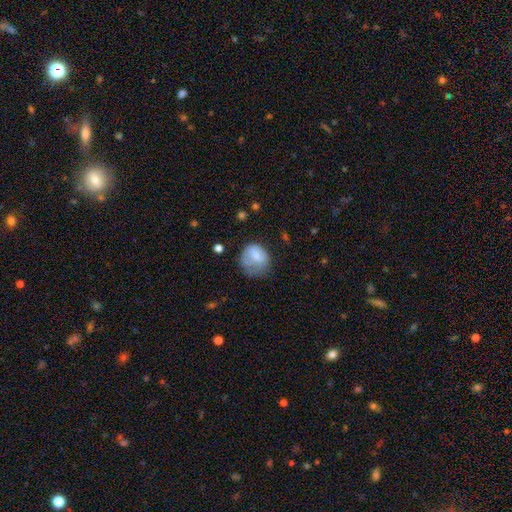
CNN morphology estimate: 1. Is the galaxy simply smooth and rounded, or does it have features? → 73% smooth, 19% featured or disk, 8% star or artifact.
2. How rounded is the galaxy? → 68% round, 31% in between, 1% cigar-shaped.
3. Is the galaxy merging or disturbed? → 37% none, 33% minor disturbance, 27% major disturbance, 2% merger.